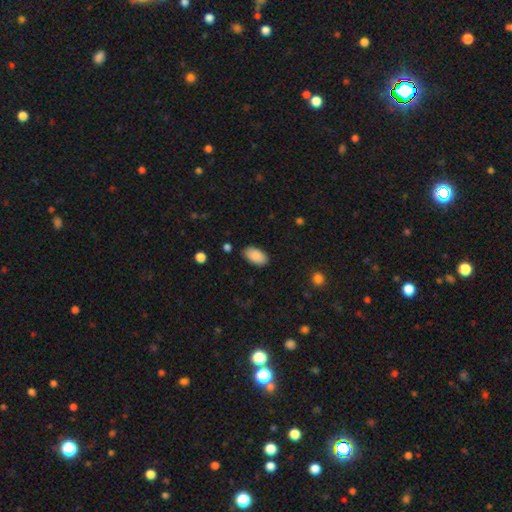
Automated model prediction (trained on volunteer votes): Overall: smooth (89%). How rounded: in between (95%). Merging: none (86%).